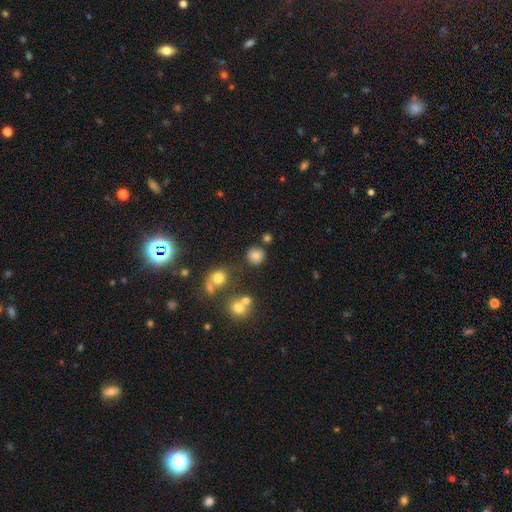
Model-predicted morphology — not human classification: A smooth galaxy with no disk features (80%) that is round (90%). Merging: none (80%).